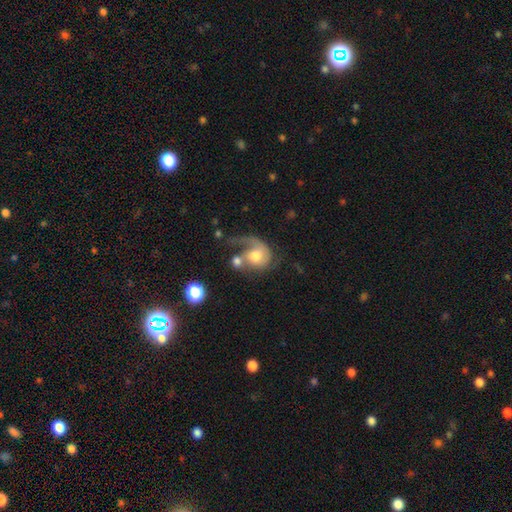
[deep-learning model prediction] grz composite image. It shows a featured or disk galaxy (63%) with no bar (74%), 1 (73%) loose (53%) spiral arms (85%) and a moderate central bulge (57%). Merging: major disturbance (35%).